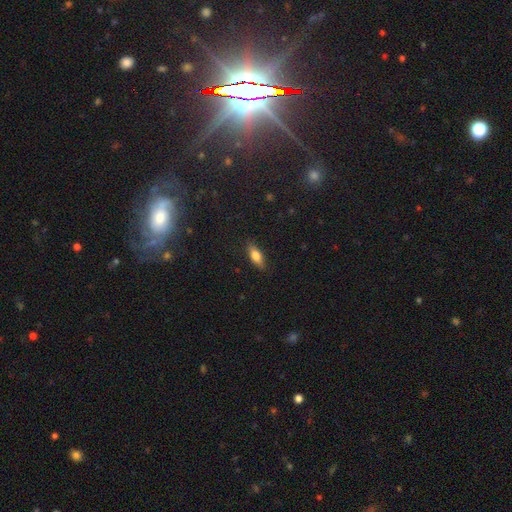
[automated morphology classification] smooth_or_featured: smooth (p=0.71) [alt: featured or disk p=0.21]
how_rounded: in between (p=0.66) [alt: cigar-shaped p=0.31]
merging: none (p=0.87) [alt: minor disturbance p=0.10]